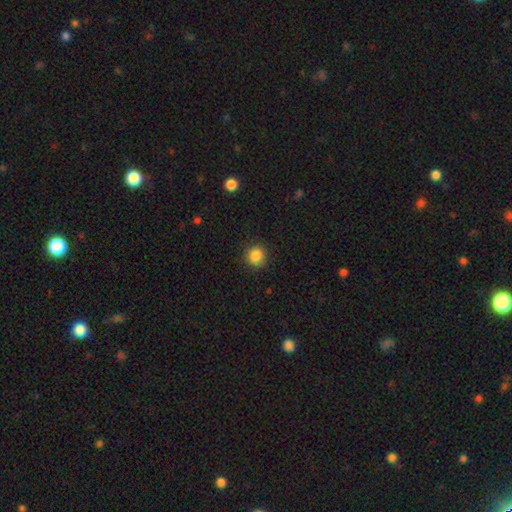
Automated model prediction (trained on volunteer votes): A smooth galaxy with no disk features (87%) that is round (91%).

Vote fractions:
- Smooth or featured? smooth: 87% / star or artifact: 10% / featured or disk: 3%
- How rounded? round: 91% / in between: 8% / cigar-shaped: 1%
- Merging? none: 89% / minor disturbance: 7% / major disturbance: 2% / merger: 1%